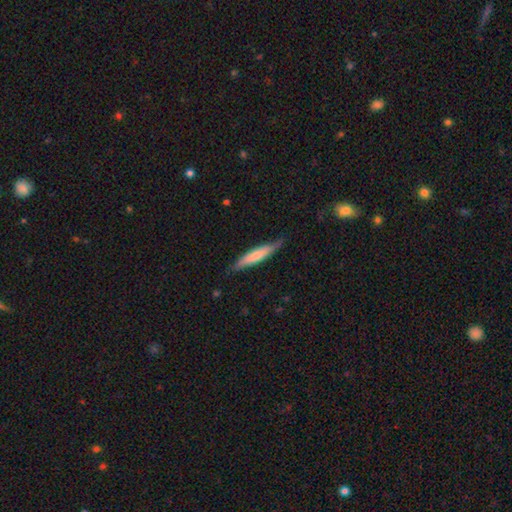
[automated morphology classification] Smooth or featured: smooth — 63% (featured or disk — 32%)
How rounded: cigar-shaped — 88% (in between — 10%)
Merging: none — 77% (minor disturbance — 19%)